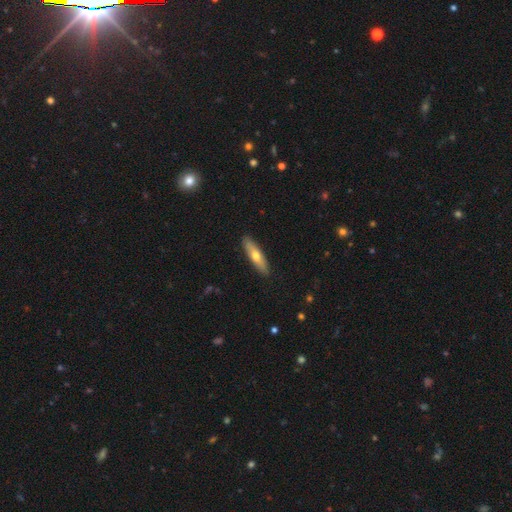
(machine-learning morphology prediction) Smooth or featured?
  - smooth: 57% *
  - featured or disk: 37%
  - star or artifact: 5%
How rounded?
  - cigar-shaped: 71% *
  - in between: 27%
  - round: 2%
Merging?
  - none: 89% *
  - minor disturbance: 8%
  - major disturbance: 2%
  - merger: 1%